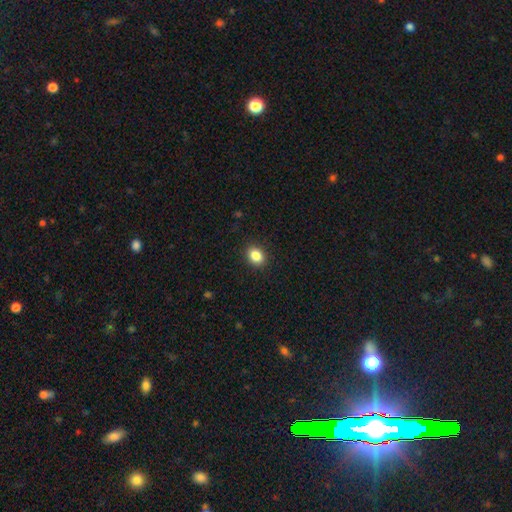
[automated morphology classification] A smooth galaxy with no disk features (86%) that is in between round and cigar-shaped (53%). Merging: none (90%).